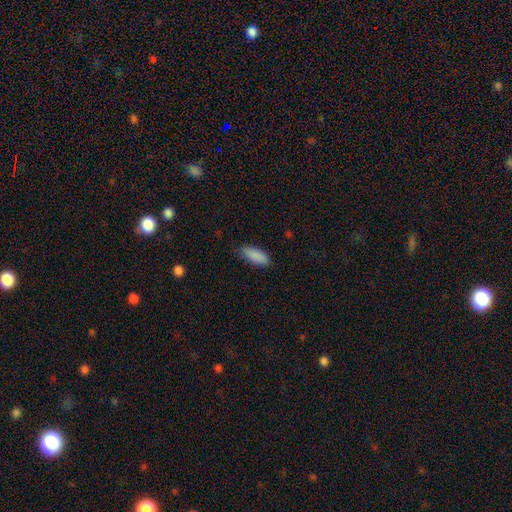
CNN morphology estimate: This is clearly a smooth galaxy (89%). How rounded: likely in between (77%). Merging: likely none (78%).